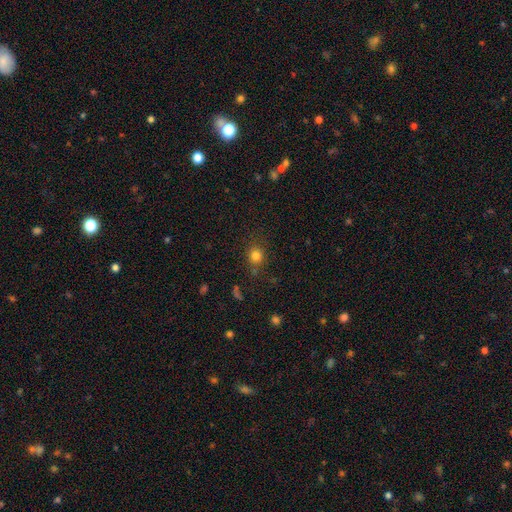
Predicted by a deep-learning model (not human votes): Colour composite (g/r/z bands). It shows a smooth galaxy with no disk features (80%) that is round (83%). Merging: none (80%).